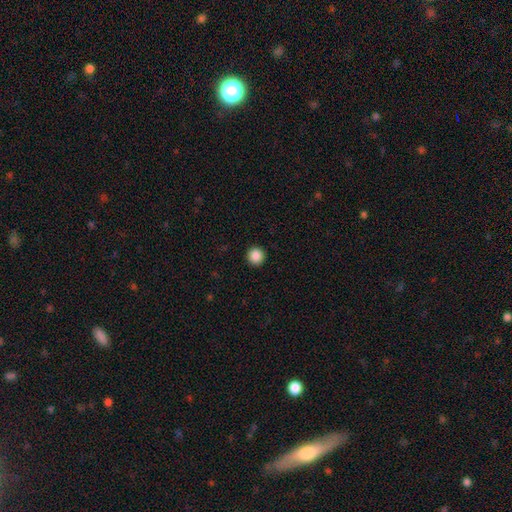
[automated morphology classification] Smooth or featured? smooth (88%)
How rounded? round (95%)
Merging? none (93%)